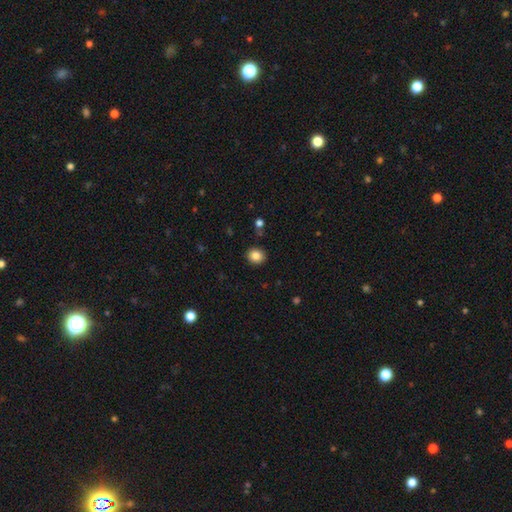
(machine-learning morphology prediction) Overall: smooth (85%). How rounded: round (79%). Merging: none (90%).